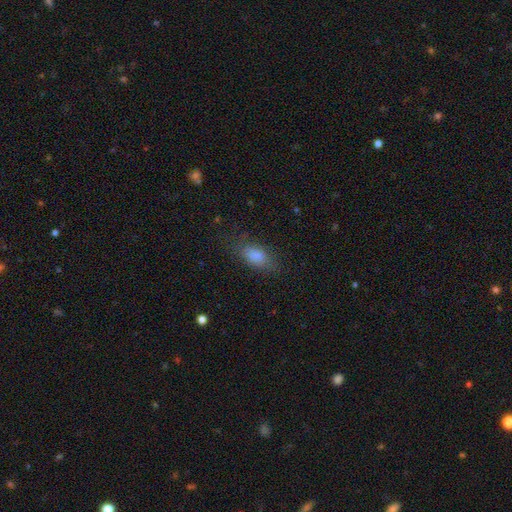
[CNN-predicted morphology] type=smooth (83%); roundness=in between (87%); merging=none (72%).